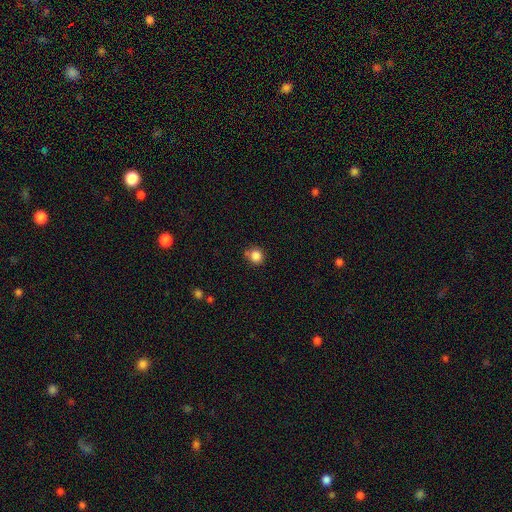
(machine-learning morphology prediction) Smooth or featured? Predicted: smooth (p=0.84). How rounded? Predicted: round (p=0.84). Merging? Predicted: none (p=0.69).